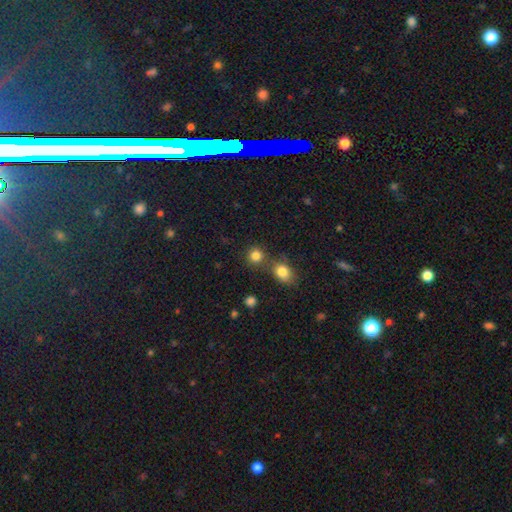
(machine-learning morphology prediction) Q: Smooth or featured?
A: smooth (83%); runner-up: star or artifact (12%)
Q: How rounded?
A: round (86%); runner-up: in between (13%)
Q: Merging?
A: none (66%); runner-up: merger (22%)